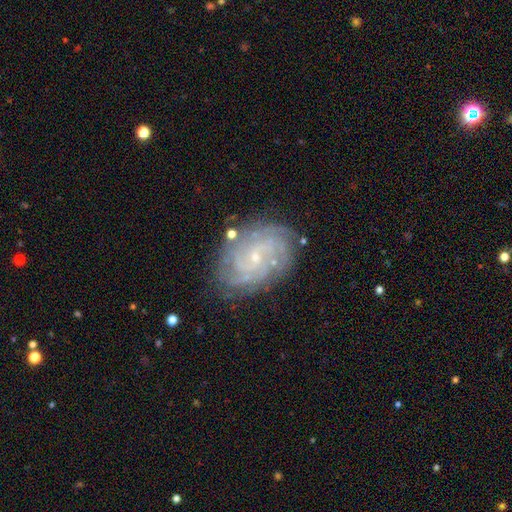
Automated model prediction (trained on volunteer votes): Q: Smooth or featured?
A: featured or disk (84%); runner-up: smooth (8%)
Q: Edge-on disk?
A: no (97%); runner-up: yes (3%)
Q: Bar?
A: no (65%); runner-up: weak (29%)
Q: Spiral arms?
A: yes (97%); runner-up: no (3%)
Q: Spiral winding?
A: tight (72%); runner-up: medium (23%)
Q: Spiral arm count?
A: can't tell (31%); runner-up: 4 (24%)
Q: Bulge size?
A: small (82%); runner-up: moderate (13%)
Q: Merging?
A: none (78%); runner-up: minor disturbance (15%)